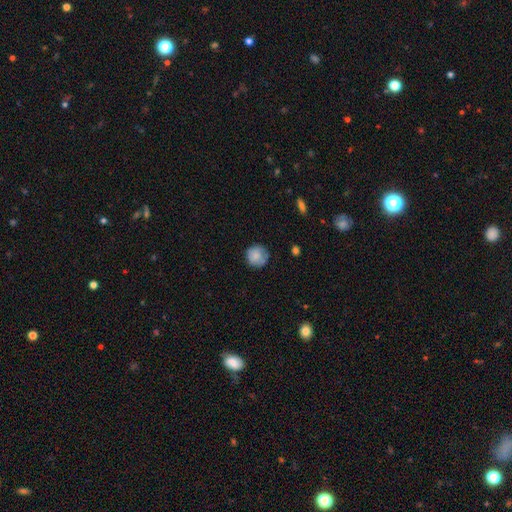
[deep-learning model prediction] Morphology: type=smooth (79%); roundness=round (92%); merging=none (75%).